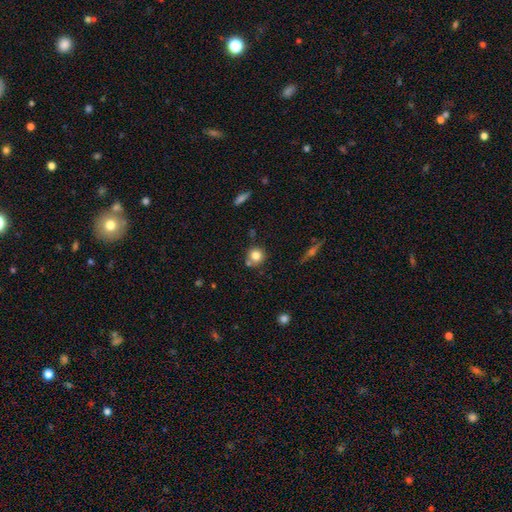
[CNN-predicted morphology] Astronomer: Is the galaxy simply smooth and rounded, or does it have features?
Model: smooth — 78%.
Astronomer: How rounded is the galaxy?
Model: round — 92%.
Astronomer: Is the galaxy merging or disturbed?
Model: none — 73%.